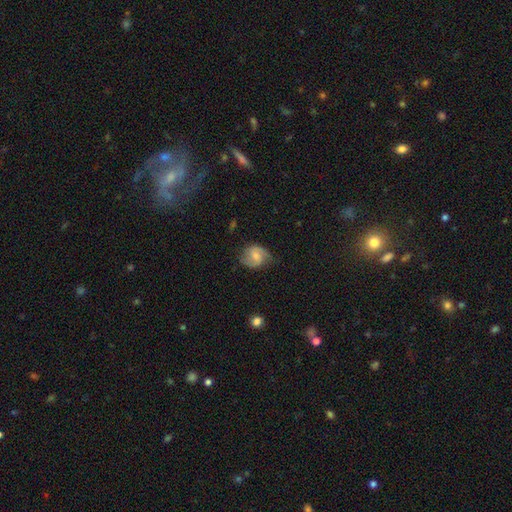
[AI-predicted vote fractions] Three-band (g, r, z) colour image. It shows a featured or disk galaxy (68%) with a weak bar (52%), 2 (89%) medium (49%) spiral arms (94%) and a moderate central bulge (42%). Merging: none (74%).